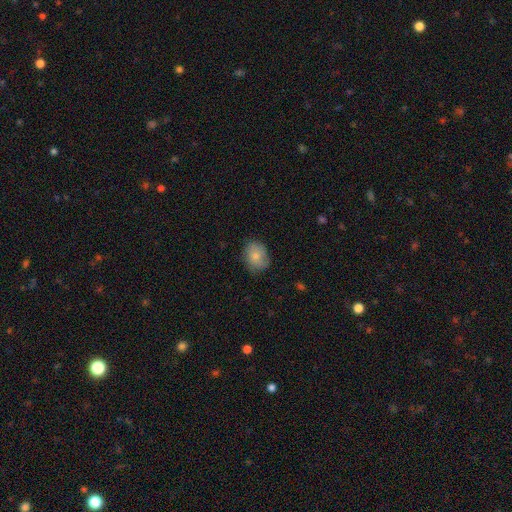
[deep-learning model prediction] A smooth galaxy with no disk features (81%) that is in between round and cigar-shaped (59%). Merging: none (73%).